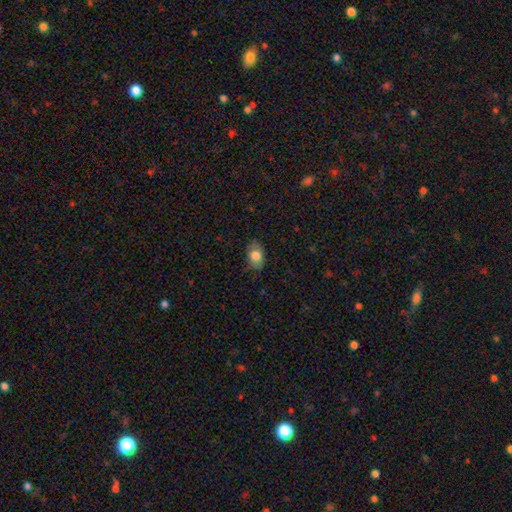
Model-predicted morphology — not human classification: smooth-or-featured: smooth: 75% | featured or disk: 18% | star or artifact: 7%
  how-rounded: in between: 85% | round: 13% | cigar-shaped: 1%
  merging: none: 78% | minor disturbance: 17% | major disturbance: 4% | merger: 1%